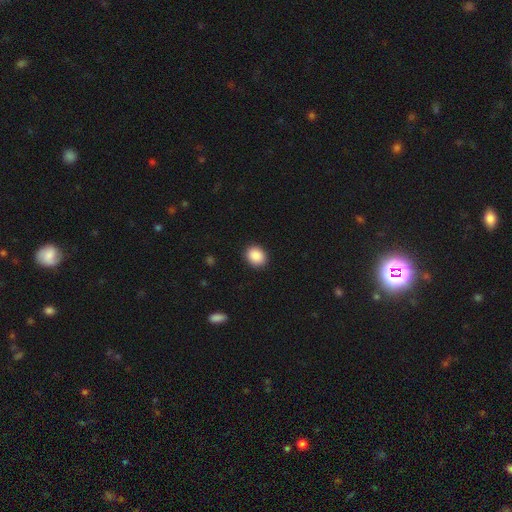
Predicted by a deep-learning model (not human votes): Q: Smooth or featured?
A: smooth (89%); runner-up: star or artifact (8%)
Q: How rounded?
A: round (55%); runner-up: in between (44%)
Q: Merging?
A: none (90%); runner-up: minor disturbance (7%)